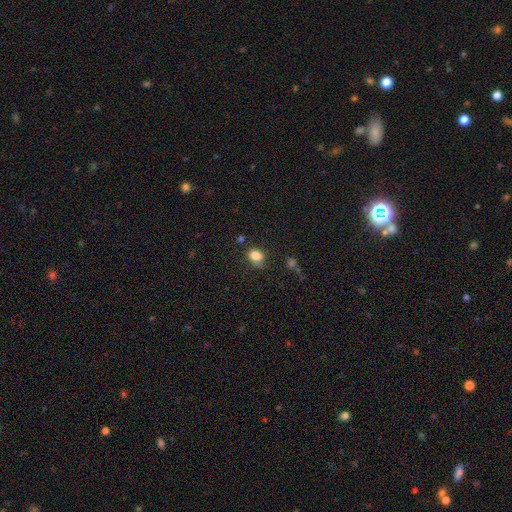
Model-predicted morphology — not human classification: Smooth or featured: smooth — 83% (star or artifact — 11%)
How rounded: in between — 59% (round — 39%)
Merging: none — 59% (minor disturbance — 28%)